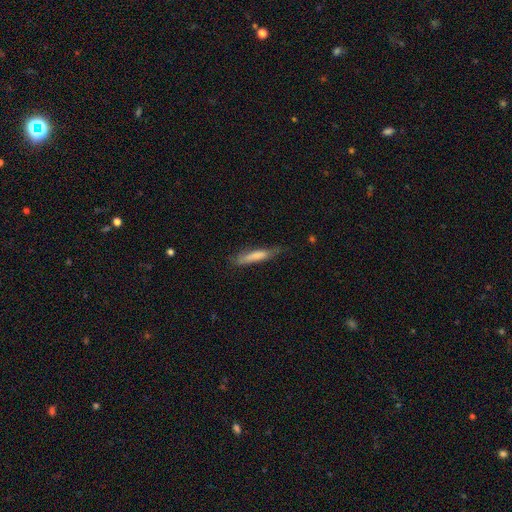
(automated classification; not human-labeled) Morphology: type=smooth (75%); roundness=cigar-shaped (87%); merging=none (67%).